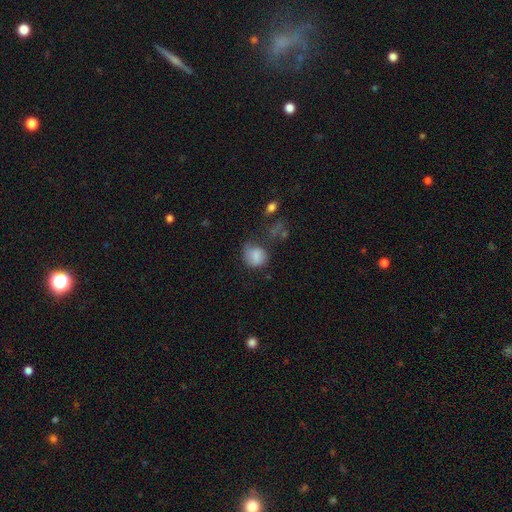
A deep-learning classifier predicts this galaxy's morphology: Smooth or featured? Predicted: smooth (p=0.79). How rounded? Predicted: round (p=0.66). Merging? Predicted: none (p=0.49).